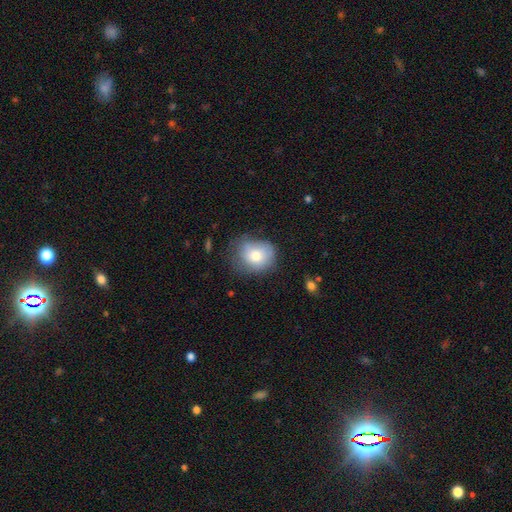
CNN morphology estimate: This is likely a smooth galaxy (74%). How rounded: possibly round (57%). Merging: possibly none (57%).